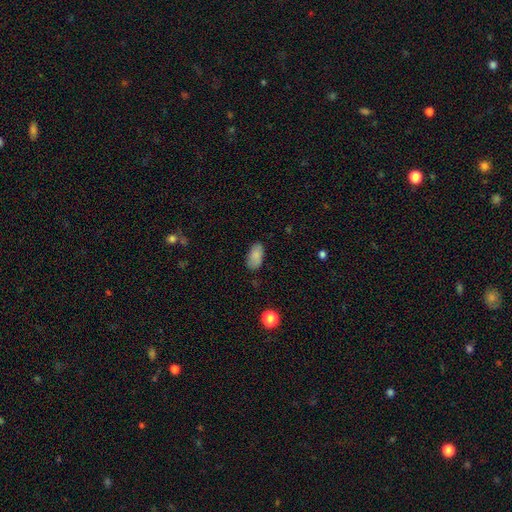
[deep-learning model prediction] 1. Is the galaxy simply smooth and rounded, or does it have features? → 84% smooth, 8% star or artifact, 8% featured or disk.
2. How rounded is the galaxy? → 93% in between, 4% round, 3% cigar-shaped.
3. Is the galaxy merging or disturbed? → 81% none, 15% minor disturbance, 3% major disturbance, 1% merger.